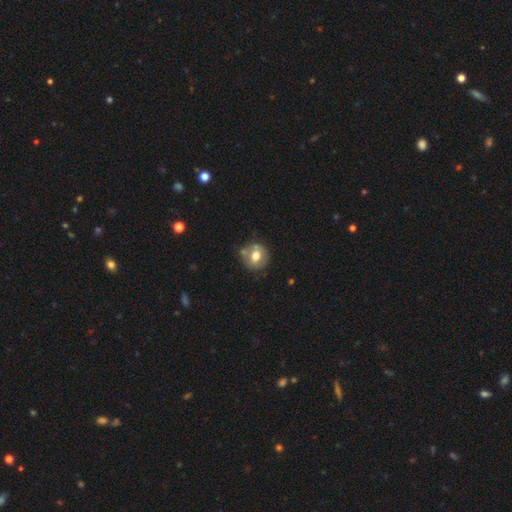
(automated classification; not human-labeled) Smooth or featured? smooth (67%)
How rounded? round (77%)
Merging? none (68%)